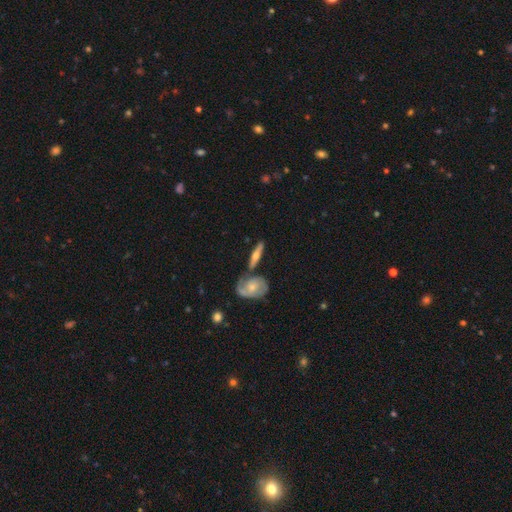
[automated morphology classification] Smooth or featured? Predicted: featured or disk (p=0.59). Edge-on disk? Predicted: yes (p=0.72). Merging? Predicted: none (p=0.64).